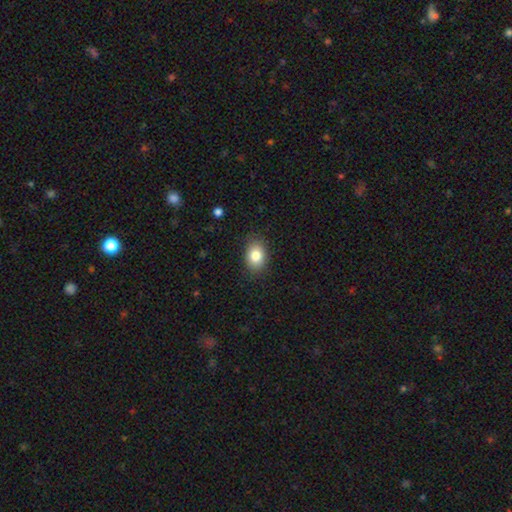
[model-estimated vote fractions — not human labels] Q: Smooth or featured?
A: smooth (83%); runner-up: star or artifact (9%)
Q: How rounded?
A: in between (73%); runner-up: round (25%)
Q: Merging?
A: none (86%); runner-up: minor disturbance (10%)